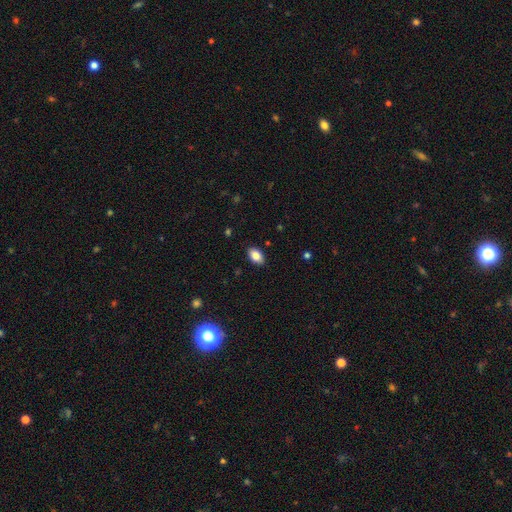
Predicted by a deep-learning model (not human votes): Smooth or featured? Predicted: smooth (p=0.84). How rounded? Predicted: in between (p=0.90). Merging? Predicted: none (p=0.89).